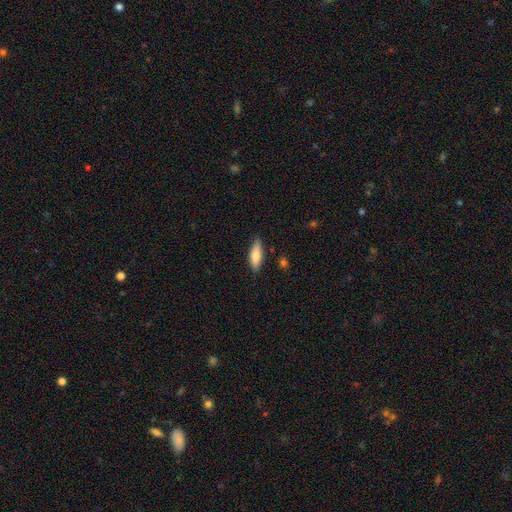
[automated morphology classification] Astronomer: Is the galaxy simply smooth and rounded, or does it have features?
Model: smooth — 76%.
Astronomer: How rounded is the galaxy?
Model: in between — 49%, tied with cigar-shaped at 49%.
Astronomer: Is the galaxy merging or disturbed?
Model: none — 83%.